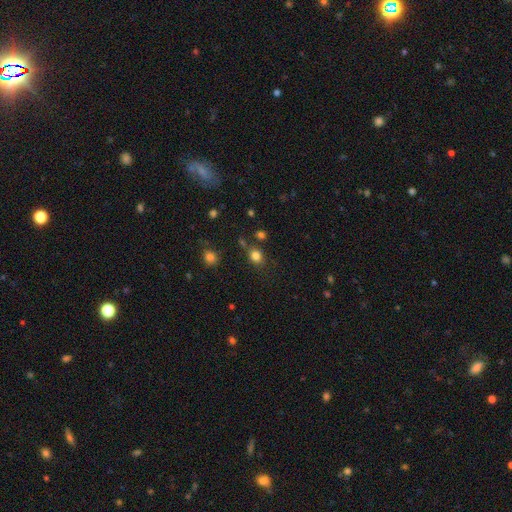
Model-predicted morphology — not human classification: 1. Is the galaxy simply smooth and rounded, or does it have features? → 81% smooth, 13% star or artifact, 6% featured or disk.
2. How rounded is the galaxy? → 54% round, 45% in between, 1% cigar-shaped.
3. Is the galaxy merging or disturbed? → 74% none, 14% minor disturbance, 7% merger, 5% major disturbance.